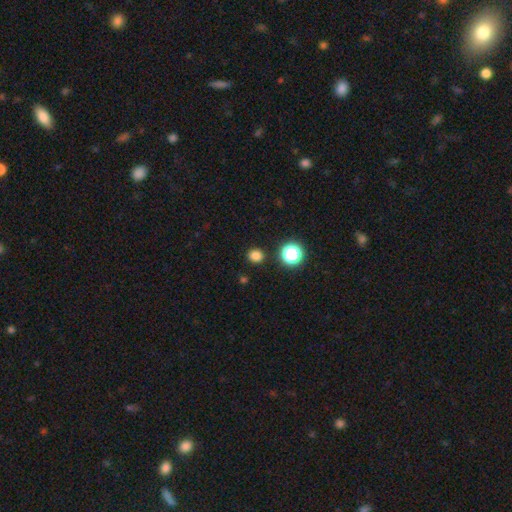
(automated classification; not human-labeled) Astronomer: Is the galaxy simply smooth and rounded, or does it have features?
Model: smooth — 80%.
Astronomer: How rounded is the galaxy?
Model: round — 84%.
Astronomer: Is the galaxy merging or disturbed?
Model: none — 90%.